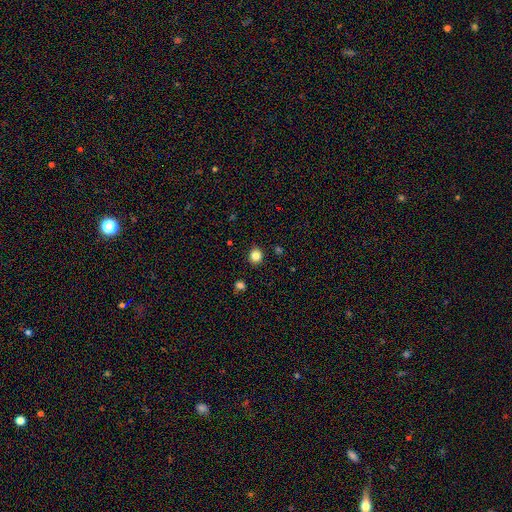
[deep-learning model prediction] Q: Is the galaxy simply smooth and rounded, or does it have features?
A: smooth — 84%.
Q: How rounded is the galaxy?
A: round — 78%.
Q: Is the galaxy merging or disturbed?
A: none — 89%.